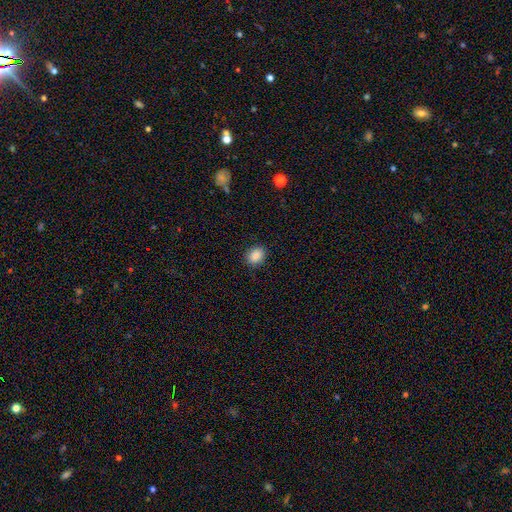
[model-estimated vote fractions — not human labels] A smooth galaxy with no disk features (87%) that is round (52%). Merging: none (88%).